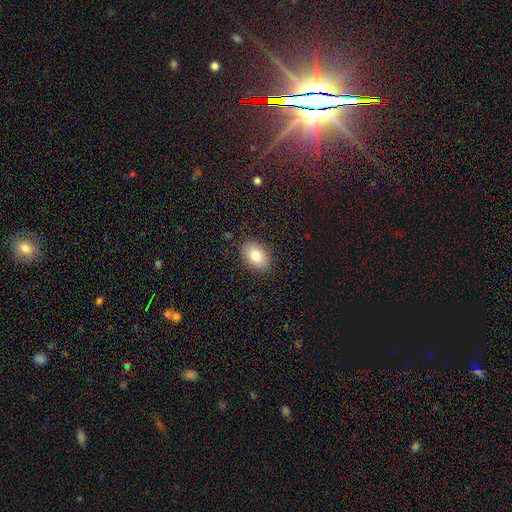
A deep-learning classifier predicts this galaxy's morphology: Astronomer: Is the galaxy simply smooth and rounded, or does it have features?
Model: smooth — 80%.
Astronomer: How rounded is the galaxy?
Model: in between — 83%.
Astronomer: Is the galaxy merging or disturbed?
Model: none — 88%.